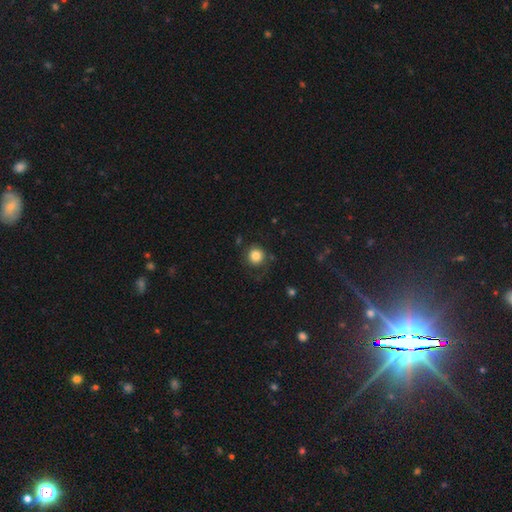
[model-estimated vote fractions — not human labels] smooth_or_featured: smooth (p=0.82) [alt: star or artifact p=0.11]
how_rounded: round (p=0.92) [alt: in between p=0.07]
merging: none (p=0.78) [alt: minor disturbance p=0.13]